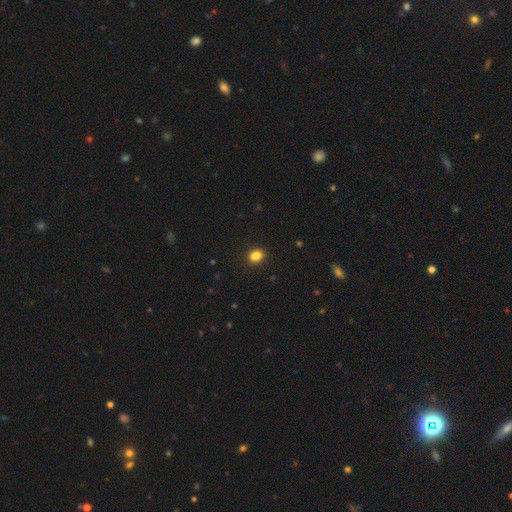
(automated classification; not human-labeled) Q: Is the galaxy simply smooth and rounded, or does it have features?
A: smooth — 82%.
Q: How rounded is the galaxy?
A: in between — 58%.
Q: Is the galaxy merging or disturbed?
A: none — 70%.